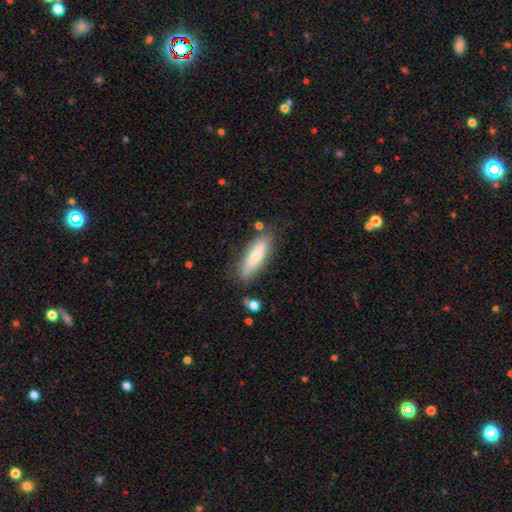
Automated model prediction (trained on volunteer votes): A smooth galaxy with no disk features (69%) that is cigar-shaped (54%). Merging: none (75%).